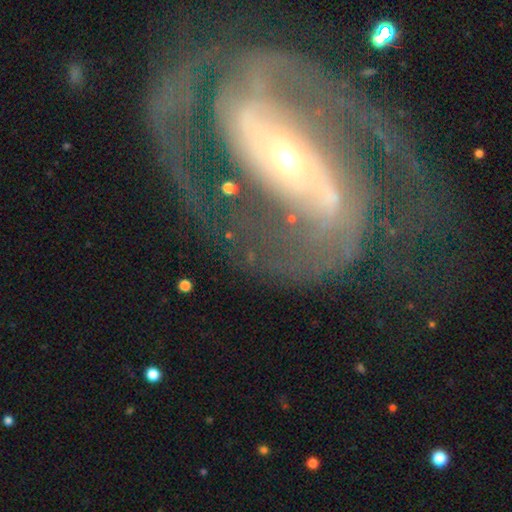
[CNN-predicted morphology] A featured or disk galaxy (91%) with a strong bar (55%), 2 (90%) medium (56%) spiral arms (97%) and a small central bulge (56%). Merging: none (67%).